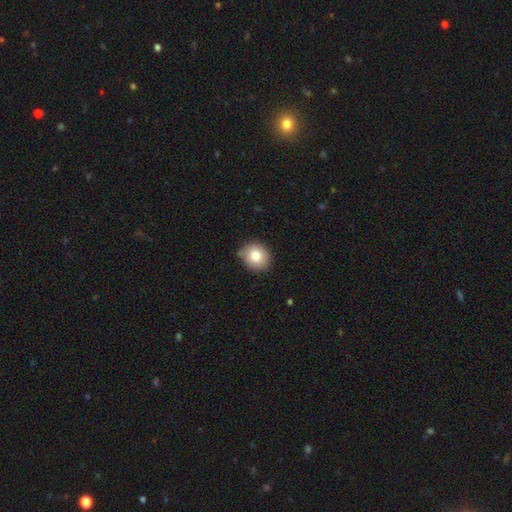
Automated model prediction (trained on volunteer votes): smooth-or-featured: smooth: 82% | featured or disk: 9% | star or artifact: 9%
  how-rounded: round: 74% | in between: 25% | cigar-shaped: 1%
  merging: none: 79% | minor disturbance: 16% | major disturbance: 3% | merger: 2%